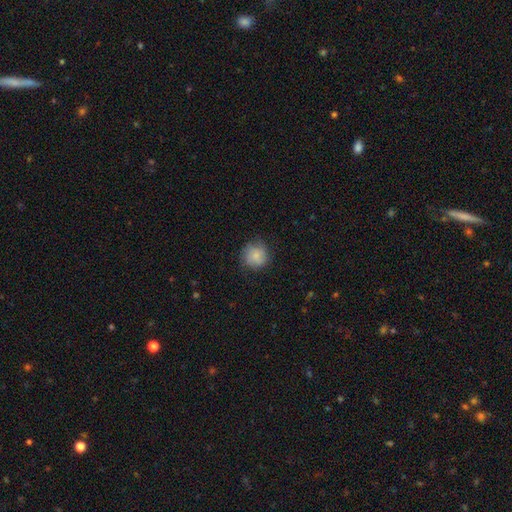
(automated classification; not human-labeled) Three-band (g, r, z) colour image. It shows a smooth galaxy with no disk features (81%) that is round (90%). Merging: none (75%).